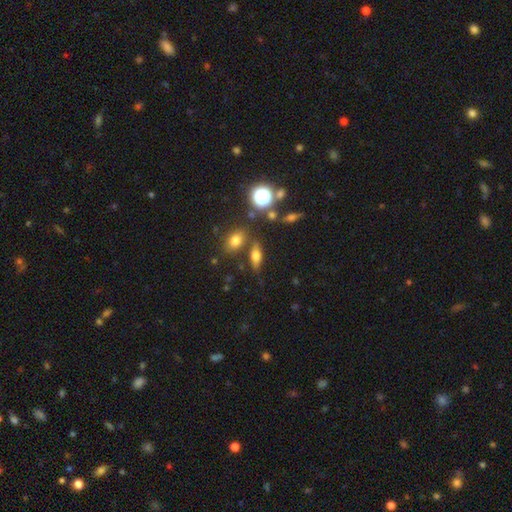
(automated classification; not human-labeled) The model was most divided on "smooth or featured": smooth: 60%, featured or disk: 25%, star or artifact: 15%. More confident: merging — none (72%); how rounded — in between (63%).